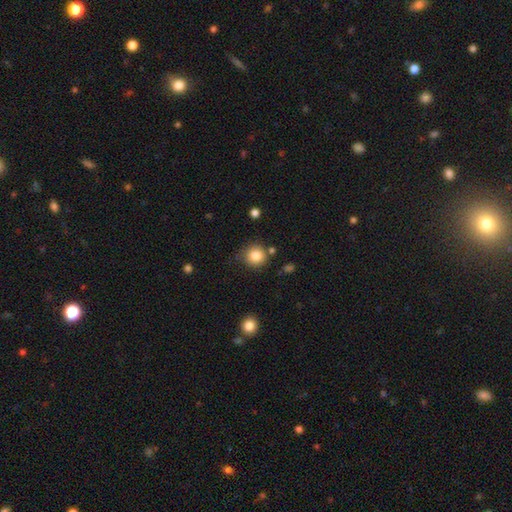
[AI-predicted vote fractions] This appears to be a smooth galaxy with no disk features (84%) that is round (91%). Merging: none (75%).